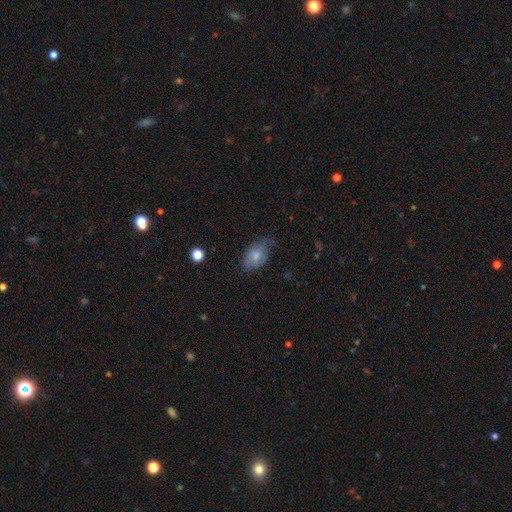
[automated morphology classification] Smooth or featured?
  - smooth: 72% *
  - featured or disk: 20%
  - star or artifact: 8%
How rounded?
  - in between: 91% *
  - round: 7%
  - cigar-shaped: 2%
Merging?
  - none: 54% *
  - minor disturbance: 34%
  - major disturbance: 10%
  - merger: 2%